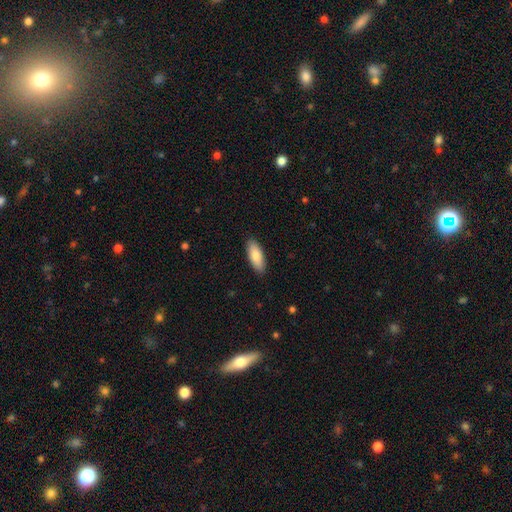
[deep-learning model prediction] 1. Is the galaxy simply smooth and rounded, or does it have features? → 84% smooth, 11% featured or disk, 6% star or artifact.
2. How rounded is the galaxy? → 77% in between, 21% cigar-shaped, 2% round.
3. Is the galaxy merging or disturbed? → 89% none, 8% minor disturbance, 2% major disturbance, 1% merger.